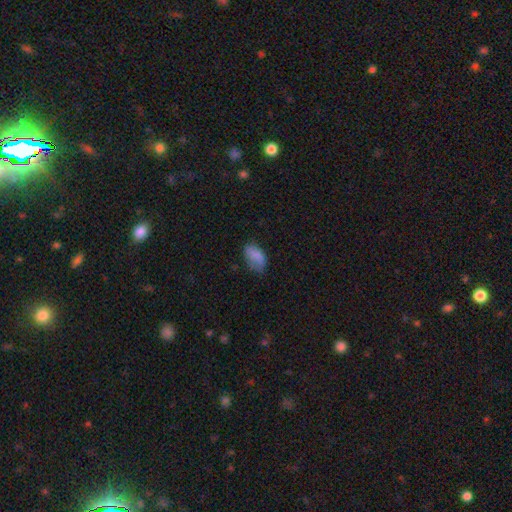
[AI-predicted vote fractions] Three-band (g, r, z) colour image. It shows a smooth galaxy with no disk features (81%) that is in between round and cigar-shaped (93%). Merging: none (57%).